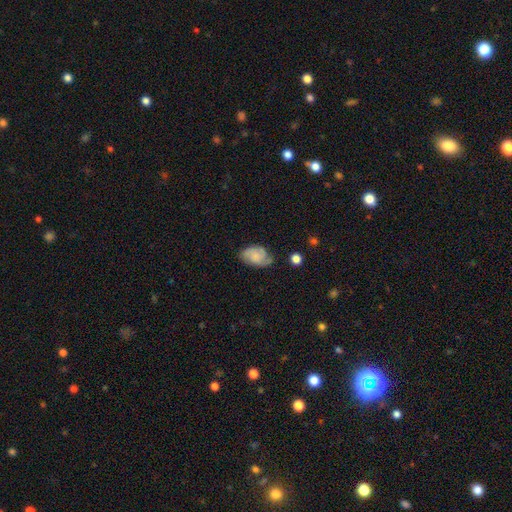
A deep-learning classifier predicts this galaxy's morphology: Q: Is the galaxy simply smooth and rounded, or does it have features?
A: smooth — 46%.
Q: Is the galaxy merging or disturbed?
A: none — 58%.